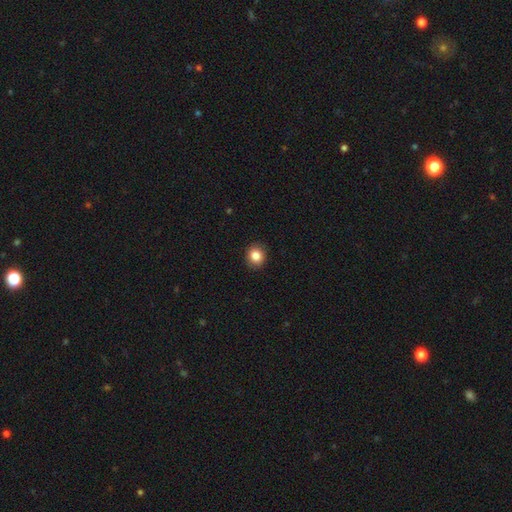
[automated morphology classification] A smooth galaxy with no disk features (85%) that is round (78%).

Vote fractions:
- Smooth or featured? smooth: 85% / star or artifact: 9% / featured or disk: 5%
- How rounded? round: 78% / in between: 22% / cigar-shaped: 1%
- Merging? none: 91% / minor disturbance: 7% / major disturbance: 2% / merger: 1%